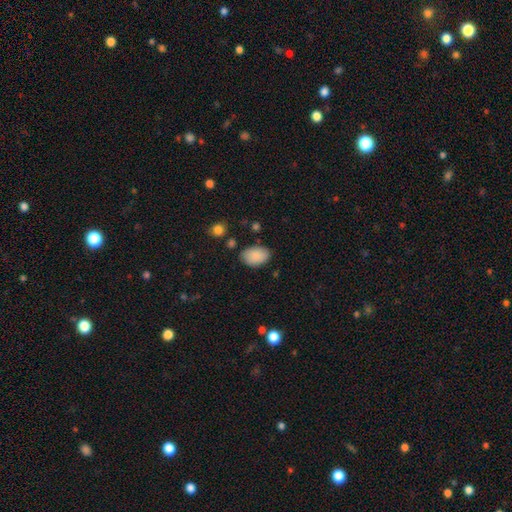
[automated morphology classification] A smooth galaxy with no disk features (89%) that is in between round and cigar-shaped (89%). Merging: none (80%).